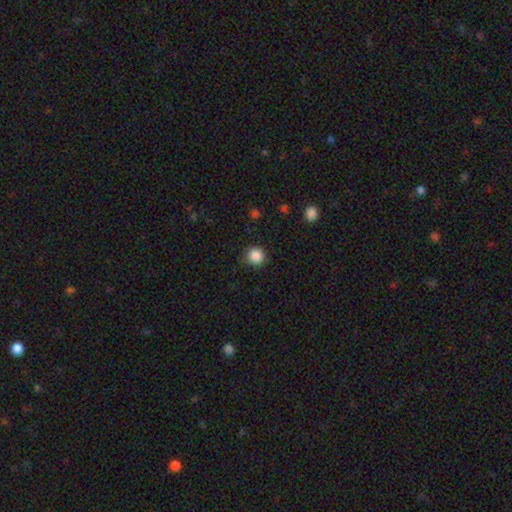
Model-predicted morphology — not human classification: A smooth galaxy with no disk features (87%) that is round (94%). Merging: none (88%).